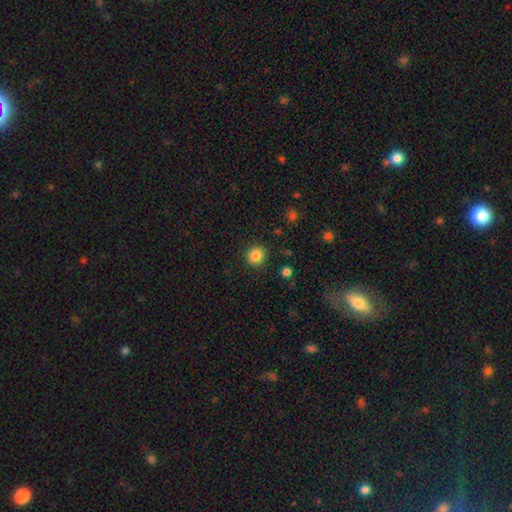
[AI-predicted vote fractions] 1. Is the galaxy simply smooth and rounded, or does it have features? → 85% smooth, 11% star or artifact, 4% featured or disk.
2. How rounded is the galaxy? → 92% round, 7% in between, 1% cigar-shaped.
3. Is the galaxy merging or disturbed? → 91% none, 5% minor disturbance, 2% major disturbance, 1% merger.